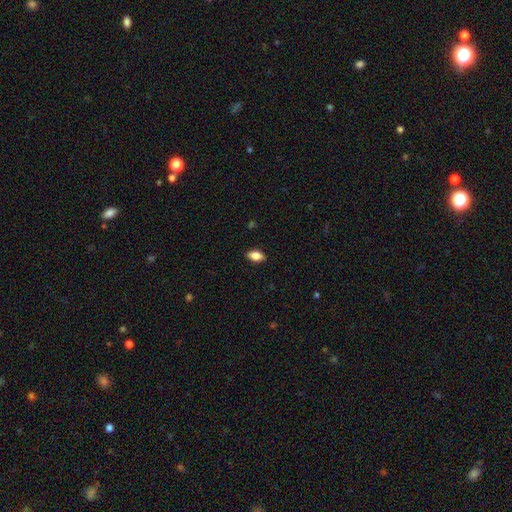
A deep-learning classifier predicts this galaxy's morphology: smooth 80%, featured or disk 11%, star or artifact 8%. Down the decision tree: how rounded — in between (88%); merging — none (87%).